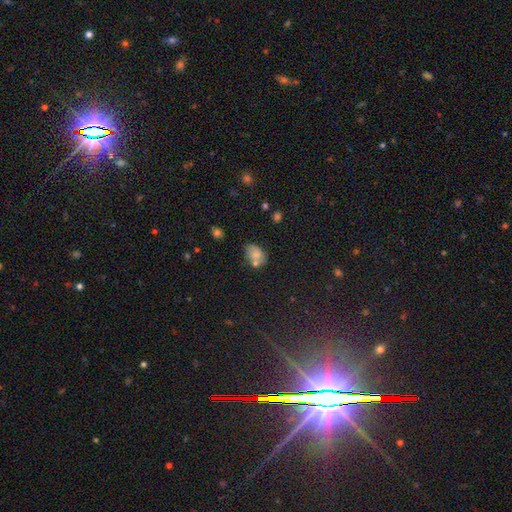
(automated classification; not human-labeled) Overall: smooth (69%). How rounded: in between (77%). Merging: none (51%; merger 23%).